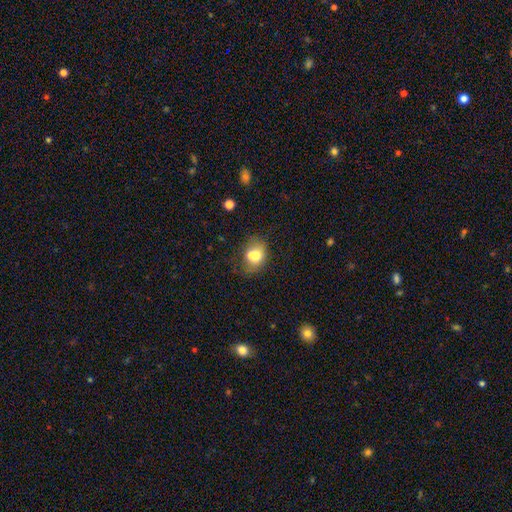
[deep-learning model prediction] A smooth galaxy with no disk features (66%) that is in between round and cigar-shaped (57%). Merging: none (41%).